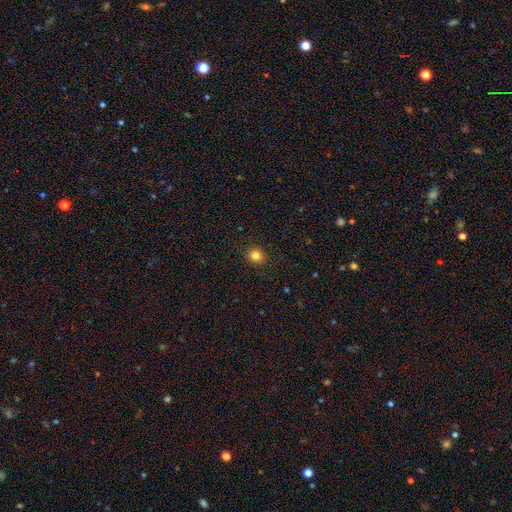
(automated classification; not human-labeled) smooth-or-featured: smooth: 82% | star or artifact: 12% | featured or disk: 5%
  how-rounded: round: 86% | in between: 14% | cigar-shaped: 1%
  merging: none: 91% | minor disturbance: 6% | major disturbance: 2% | merger: 1%